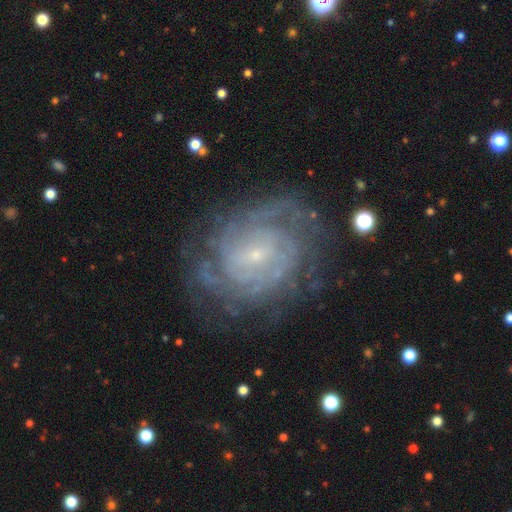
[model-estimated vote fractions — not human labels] A featured or disk galaxy (86%) with no bar (49%), tight (75%) spiral arms (96%) and a small central bulge (84%). Merging: none (77%).